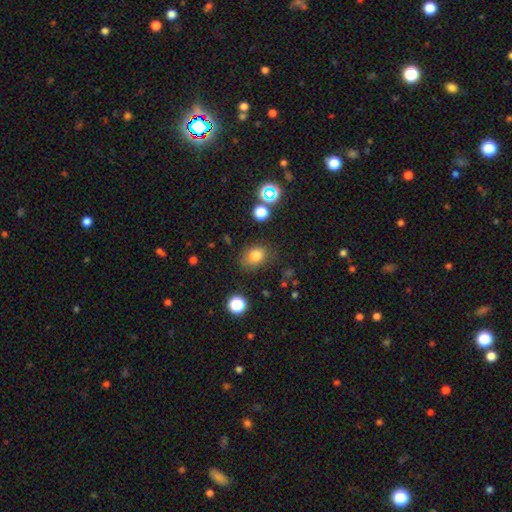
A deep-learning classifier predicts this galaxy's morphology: Smooth or featured: smooth — 78% (star or artifact — 14%)
How rounded: in between — 58% (round — 41%)
Merging: none — 75% (minor disturbance — 16%)